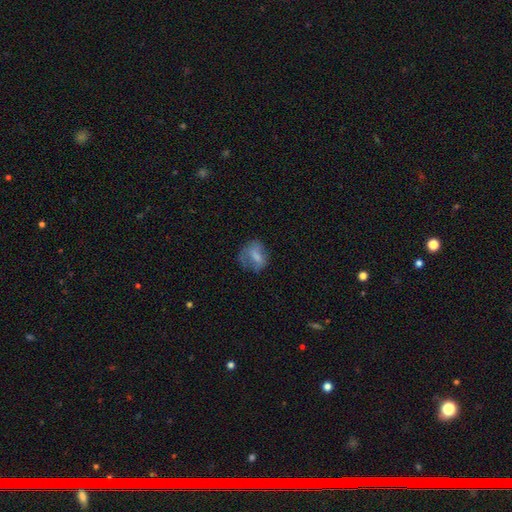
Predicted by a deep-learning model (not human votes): Smooth or featured? Predicted: smooth (p=0.62). How rounded? Predicted: in between (p=0.51). Merging? Predicted: none (p=0.49).